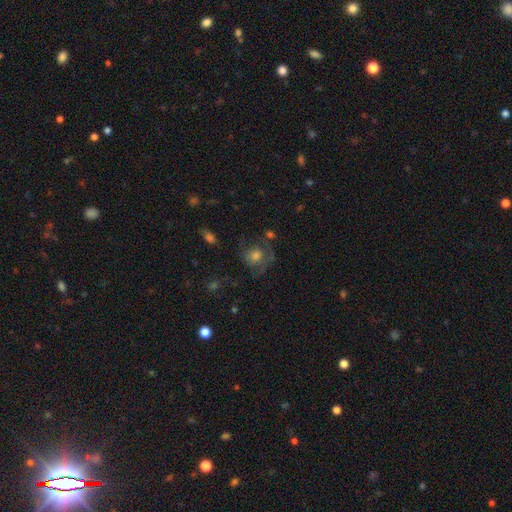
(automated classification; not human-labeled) This appears to be a featured or disk galaxy (44%). Merging: none (58%).